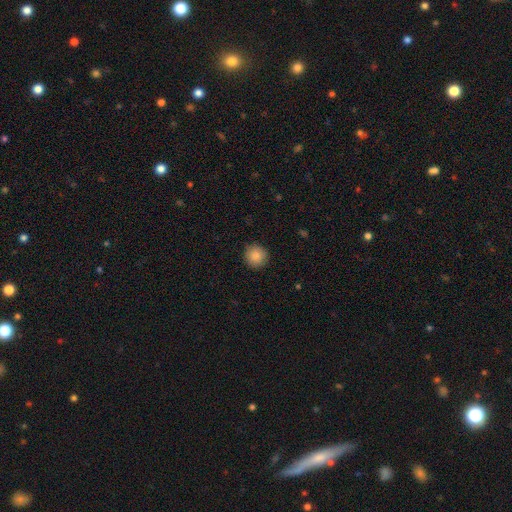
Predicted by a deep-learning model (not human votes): Smooth or featured? smooth (86%)
How rounded? round (95%)
Merging? none (91%)